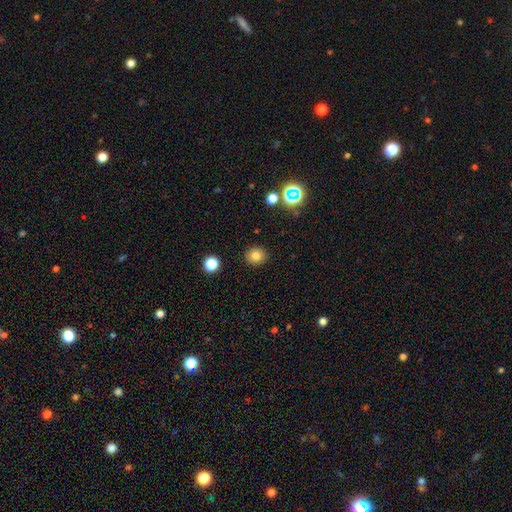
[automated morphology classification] smooth 79%, star or artifact 13%, featured or disk 8%. Down the decision tree: how rounded — round (87%); merging — none (90%).